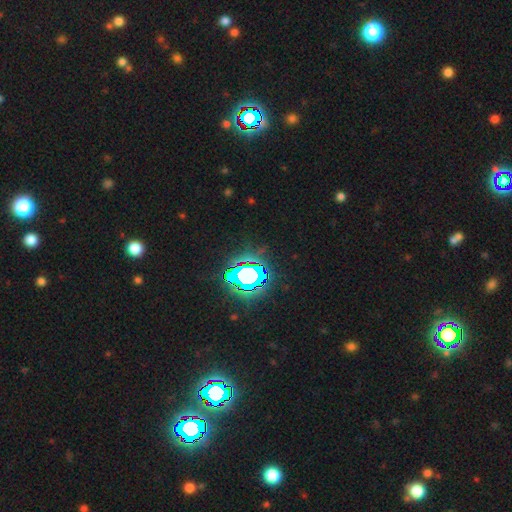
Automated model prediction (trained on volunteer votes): Smooth or featured: star or artifact — 83% (smooth — 10%)